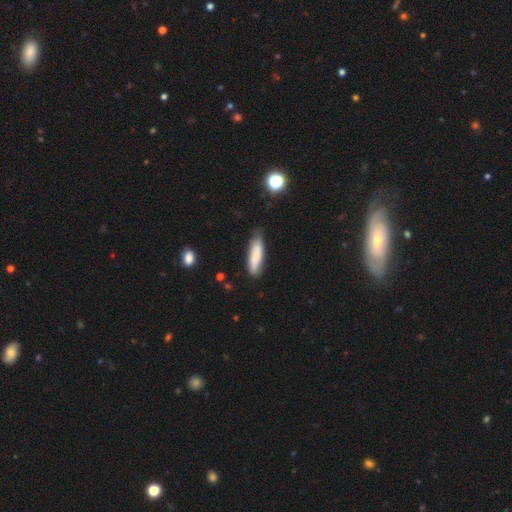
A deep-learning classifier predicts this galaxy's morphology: This is clearly a smooth galaxy (81%). How rounded: likely cigar-shaped (64%). Merging: likely none (74%).